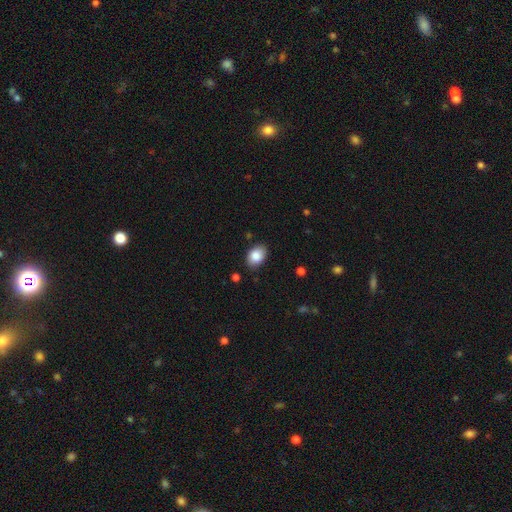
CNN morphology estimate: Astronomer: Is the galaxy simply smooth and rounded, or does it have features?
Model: smooth — 86%.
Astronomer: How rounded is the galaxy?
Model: in between — 80%.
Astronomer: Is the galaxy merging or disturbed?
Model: none — 83%.